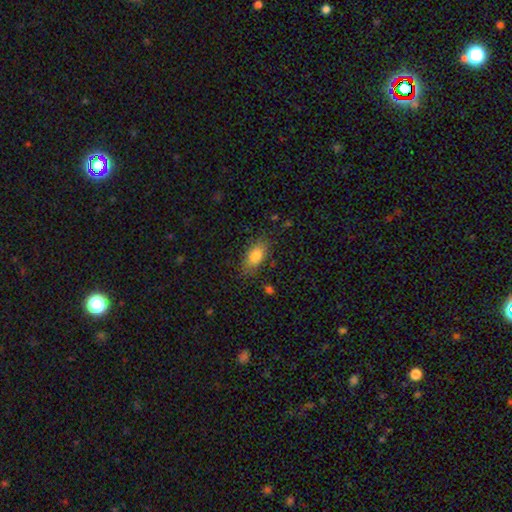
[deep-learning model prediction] A smooth galaxy with no disk features (82%) that is in between round and cigar-shaped (87%). Merging: none (77%).